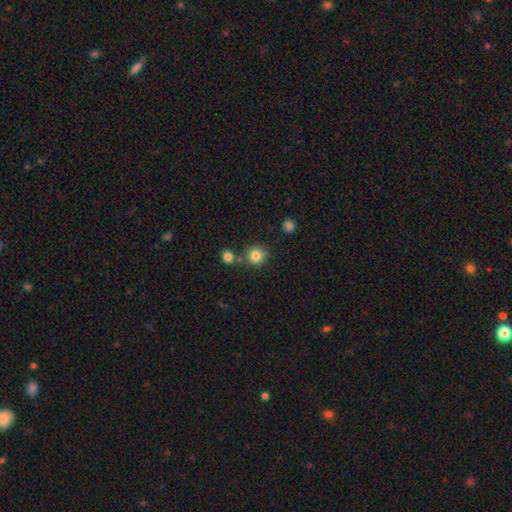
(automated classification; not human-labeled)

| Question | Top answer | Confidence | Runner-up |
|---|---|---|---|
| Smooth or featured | smooth | 83% | star or artifact (12%) |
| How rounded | round | 91% | in between (8%) |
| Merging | none | 75% | merger (13%) |